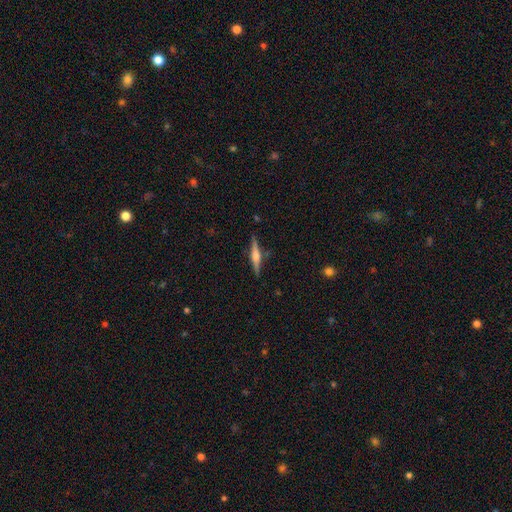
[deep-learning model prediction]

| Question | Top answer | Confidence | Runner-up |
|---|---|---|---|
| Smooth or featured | featured or disk | 69% | smooth (25%) |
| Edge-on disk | yes | 98% | no (2%) |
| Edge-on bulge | rounded | 84% | boxy (11%) |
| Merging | none | 88% | minor disturbance (9%) |